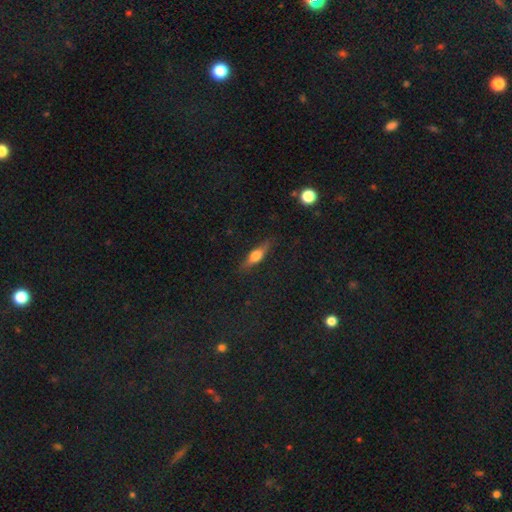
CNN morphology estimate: smooth_or_featured: featured or disk (p=0.49) [alt: smooth p=0.43]
merging: none (p=0.84) [alt: minor disturbance p=0.12]